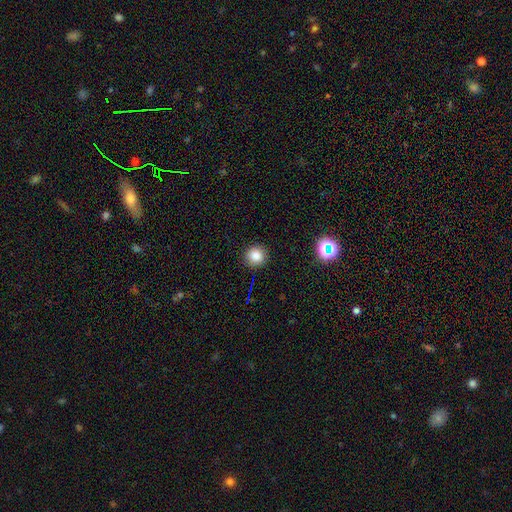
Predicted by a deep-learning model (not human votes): smooth 83%, star or artifact 13%, featured or disk 4%. Down the decision tree: how rounded — round (91%); merging — none (90%).